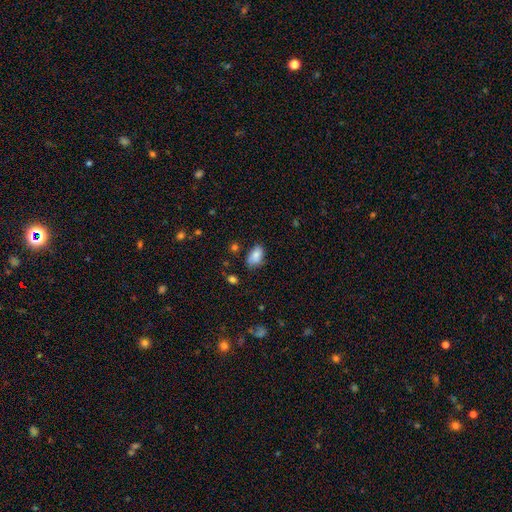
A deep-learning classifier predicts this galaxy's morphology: Smooth or featured: smooth — 82% (featured or disk — 10%)
How rounded: in between — 92% (round — 6%)
Merging: none — 63% (minor disturbance — 28%)